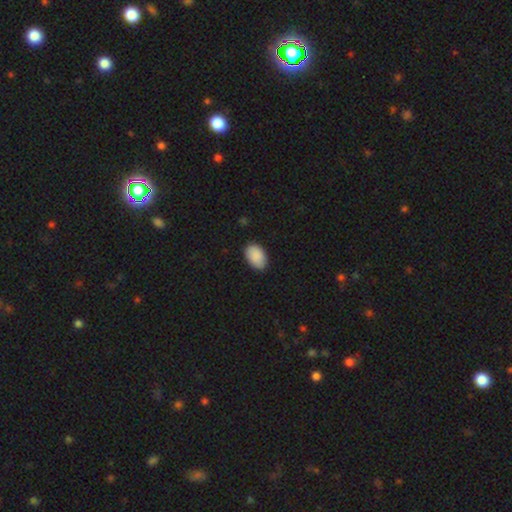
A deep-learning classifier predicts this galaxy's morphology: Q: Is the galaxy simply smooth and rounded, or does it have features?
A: smooth — 90%.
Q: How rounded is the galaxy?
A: in between — 90%.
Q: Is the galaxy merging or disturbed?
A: none — 85%.